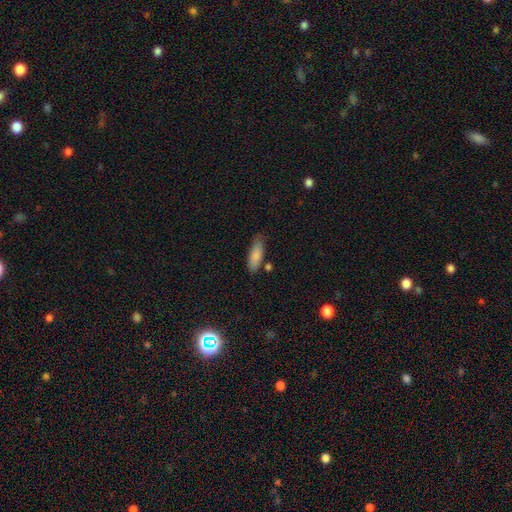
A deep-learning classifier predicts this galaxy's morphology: The model was most divided on "how rounded": in between: 56%, cigar-shaped: 42%, round: 2%. More confident: smooth or featured — smooth (84%); merging — none (72%).